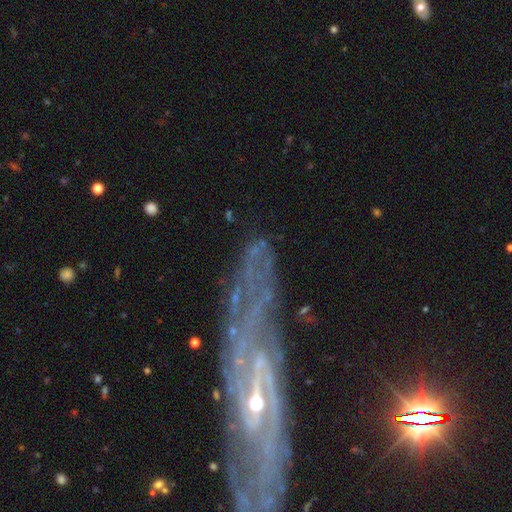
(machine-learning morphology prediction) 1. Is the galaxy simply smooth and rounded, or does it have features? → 63% featured or disk, 19% star or artifact, 18% smooth.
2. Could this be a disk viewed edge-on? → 79% no, 21% yes.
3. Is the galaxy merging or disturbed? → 64% none, 18% minor disturbance, 13% major disturbance, 6% merger.